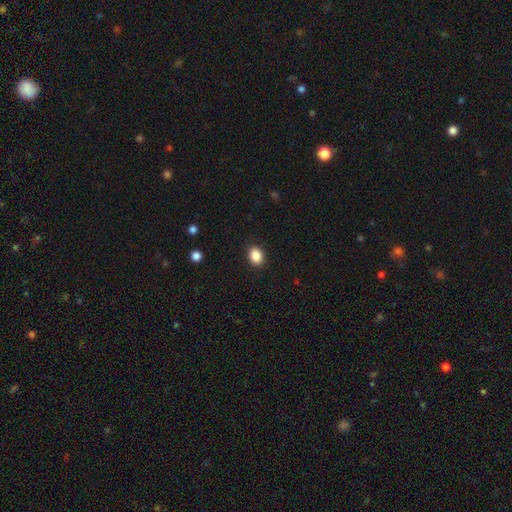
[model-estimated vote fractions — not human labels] A smooth galaxy with no disk features (88%) that is in between round and cigar-shaped (62%).

Vote fractions:
- Smooth or featured? smooth: 88% / star or artifact: 9% / featured or disk: 3%
- How rounded? in between: 62% / round: 37% / cigar-shaped: 1%
- Merging? none: 90% / minor disturbance: 7% / major disturbance: 2% / merger: 1%